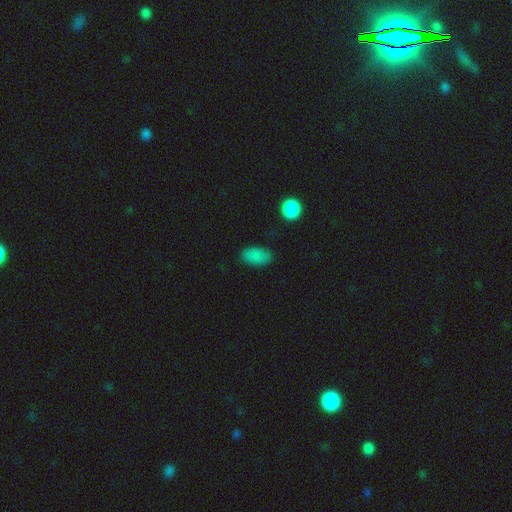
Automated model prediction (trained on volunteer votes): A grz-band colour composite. It shows a smooth galaxy with no disk features (86%) that is in between round and cigar-shaped (92%). Merging: none (82%).